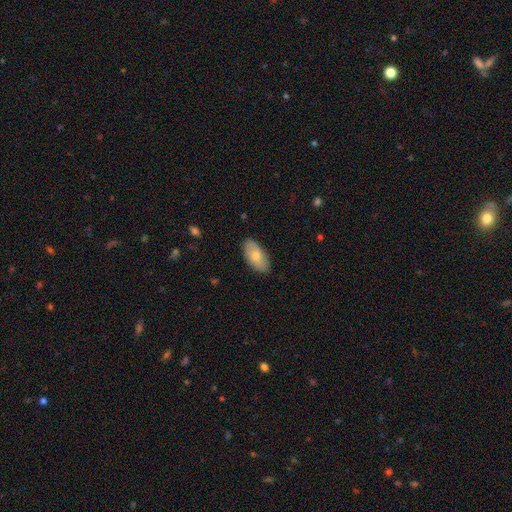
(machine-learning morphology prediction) A smooth galaxy with no disk features (72%) that is in between round and cigar-shaped (94%). Merging: none (85%).